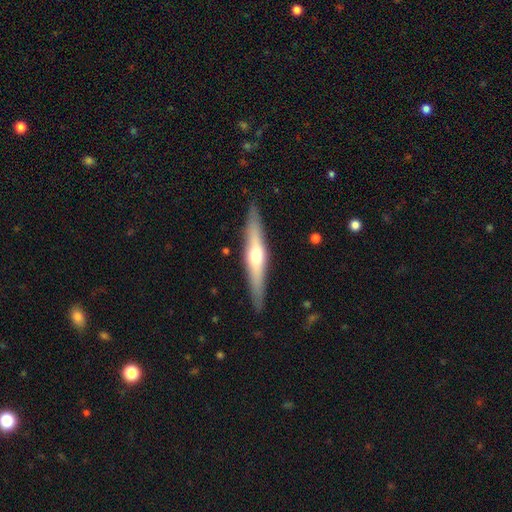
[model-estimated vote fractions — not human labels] This is likely a featured or disk galaxy (61%). It is clearly viewed edge-on (94%). Edge-on bulge: clearly rounded (91%). Merging: clearly none (89%).